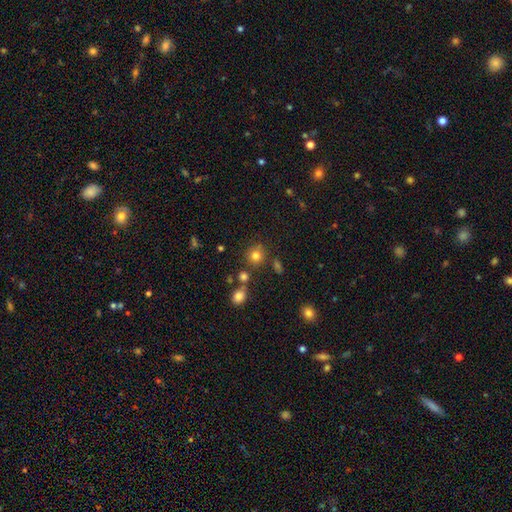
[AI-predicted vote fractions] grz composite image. It shows a smooth galaxy with no disk features (78%) that is round (84%). Merging: none (74%).